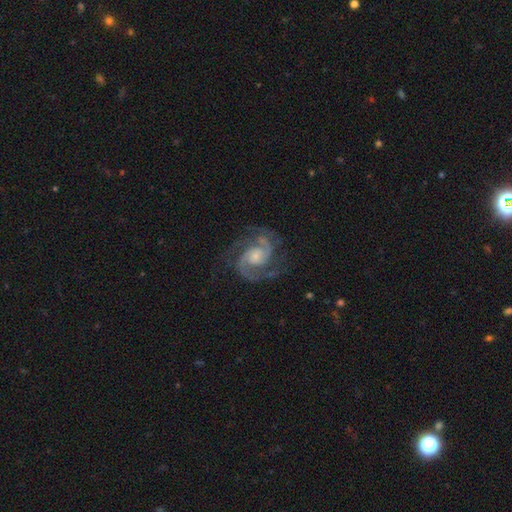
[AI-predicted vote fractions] A featured or disk galaxy (92%) with no bar (52%), 2 (91%) medium (58%) spiral arms (99%) and a small central bulge (43%). Merging: none (79%).